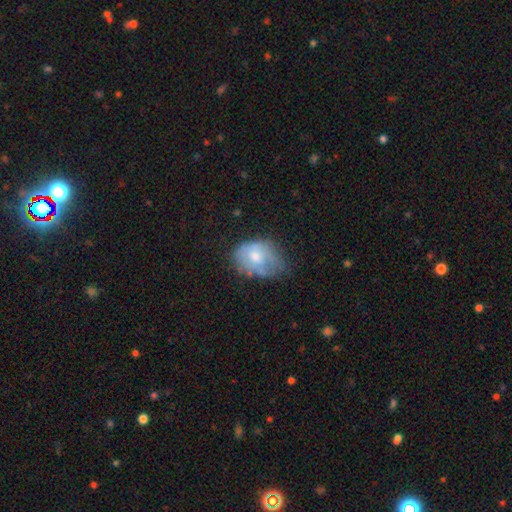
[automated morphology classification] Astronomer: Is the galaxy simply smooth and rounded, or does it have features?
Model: smooth — 58% (runner-up: featured or disk, 34%).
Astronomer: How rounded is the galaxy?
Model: in between — 64%.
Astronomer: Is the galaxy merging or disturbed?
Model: minor disturbance — 41% (runner-up: none, 33%).